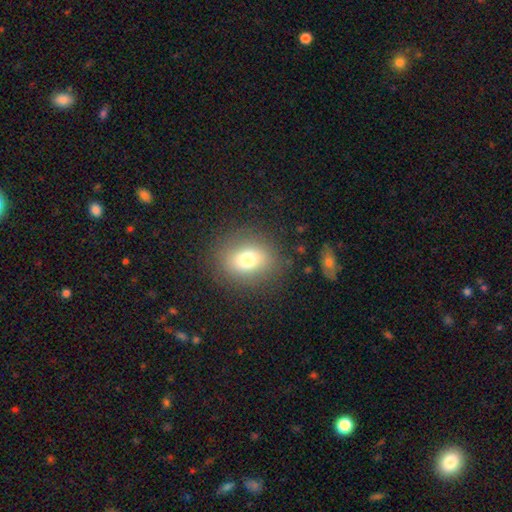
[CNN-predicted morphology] Smooth or featured? smooth (75%)
How rounded? round (58%)
Merging? none (84%)